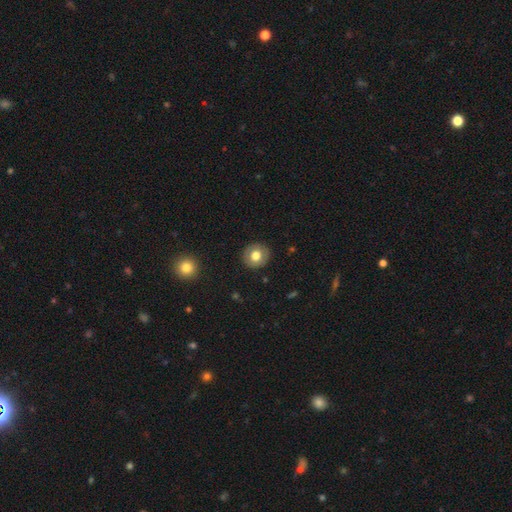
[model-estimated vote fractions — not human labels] Smooth or featured? smooth (72%)
How rounded? round (86%)
Merging? none (89%)